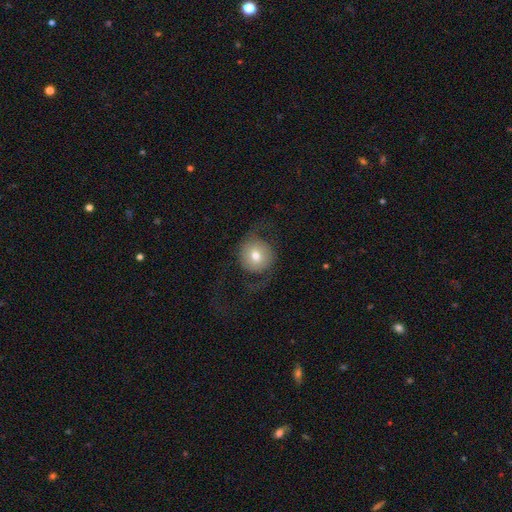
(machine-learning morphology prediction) Q: Smooth or featured?
A: smooth (48%); runner-up: featured or disk (43%)
Q: Merging?
A: none (63%); runner-up: major disturbance (22%)